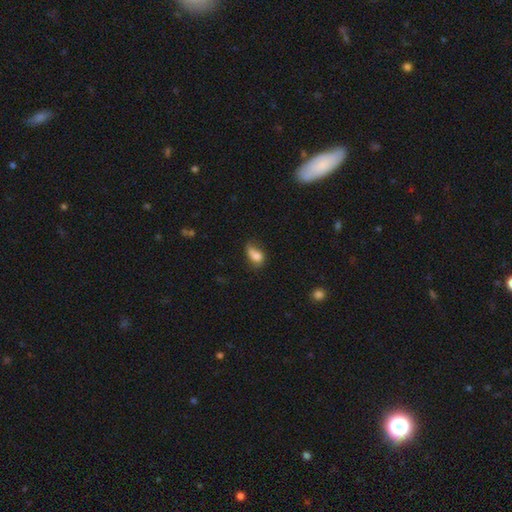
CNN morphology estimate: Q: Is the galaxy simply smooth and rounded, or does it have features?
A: smooth — 71%.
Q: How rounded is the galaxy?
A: in between — 77%.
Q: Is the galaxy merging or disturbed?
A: none — 31%, tied with minor disturbance.